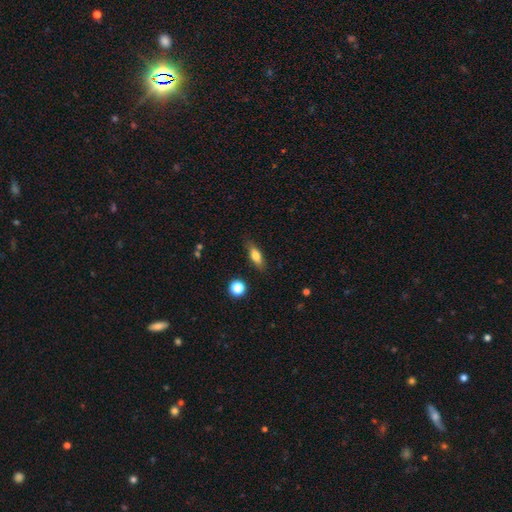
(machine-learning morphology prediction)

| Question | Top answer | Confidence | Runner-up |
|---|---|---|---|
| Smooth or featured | smooth | 69% | featured or disk (23%) |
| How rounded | in between | 61% | cigar-shaped (34%) |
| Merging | none | 82% | minor disturbance (13%) |